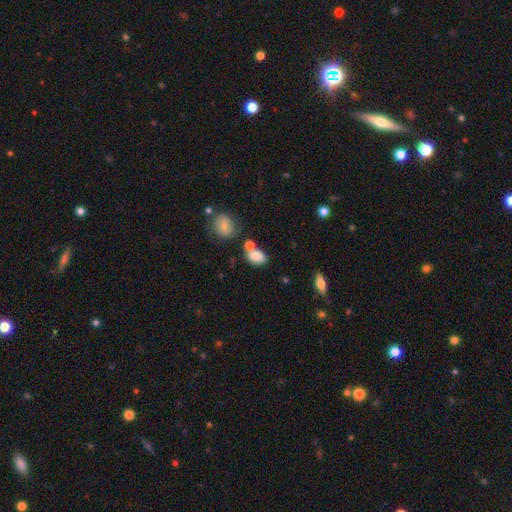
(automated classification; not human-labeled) Smooth or featured: smooth — 83% (star or artifact — 10%)
How rounded: in between — 78% (round — 21%)
Merging: none — 53% (merger — 27%)